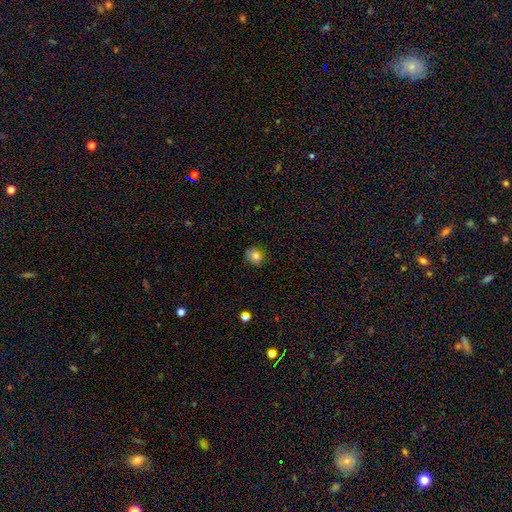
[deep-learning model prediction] smooth-or-featured: smooth: 82% | star or artifact: 11% | featured or disk: 8%
  how-rounded: round: 68% | in between: 32% | cigar-shaped: 1%
  merging: none: 80% | minor disturbance: 15% | major disturbance: 3% | merger: 1%